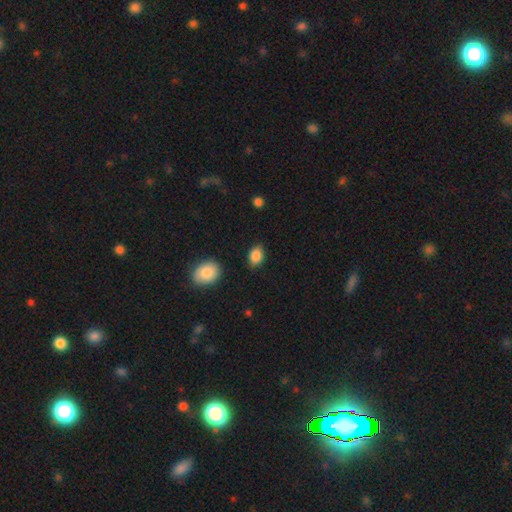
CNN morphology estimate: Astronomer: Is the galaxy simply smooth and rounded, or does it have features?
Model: smooth — 87%.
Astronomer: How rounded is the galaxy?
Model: in between — 75%.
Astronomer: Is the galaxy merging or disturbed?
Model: none — 83%.